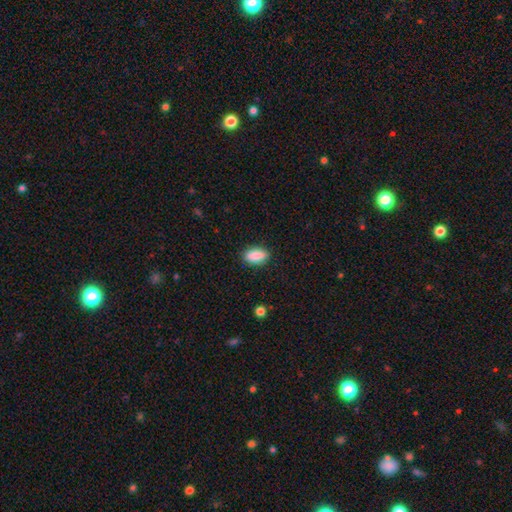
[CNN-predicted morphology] Q: Smooth or featured?
A: smooth (88%); runner-up: star or artifact (7%)
Q: How rounded?
A: in between (89%); runner-up: cigar-shaped (7%)
Q: Merging?
A: none (88%); runner-up: minor disturbance (9%)